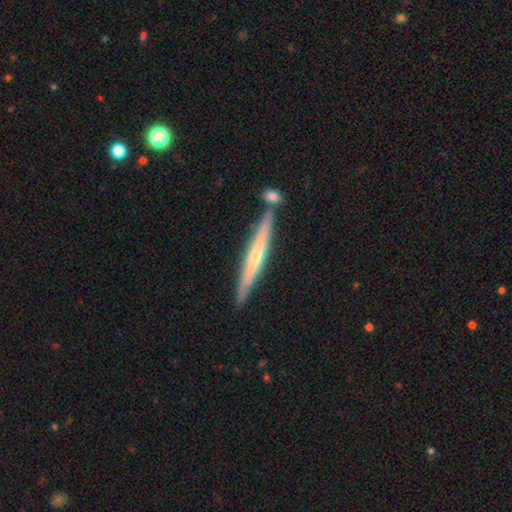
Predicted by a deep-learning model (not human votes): Smooth or featured: featured or disk — 60% (smooth — 35%)
Edge-on disk: yes — 95% (no — 5%)
Edge-on bulge: rounded — 52% (none — 44%)
Merging: none — 77% (merger — 11%)